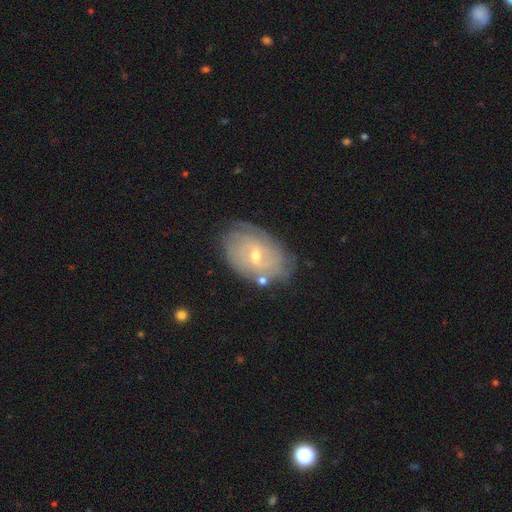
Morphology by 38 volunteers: type=featured or disk (63%); edge-on=no (100%); bar=no (62%); spiral arms=yes (88%); winding=tight (76%); arm count=can't tell (57%); bulge=small (71%); merging=none (62%).